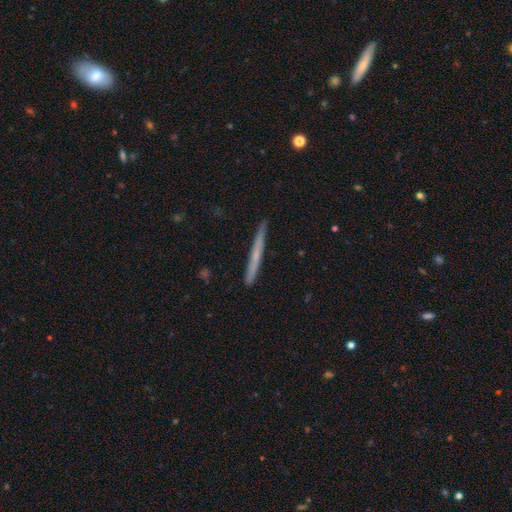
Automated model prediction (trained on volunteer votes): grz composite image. It shows a featured or disk galaxy (48%). Merging: none (90%).